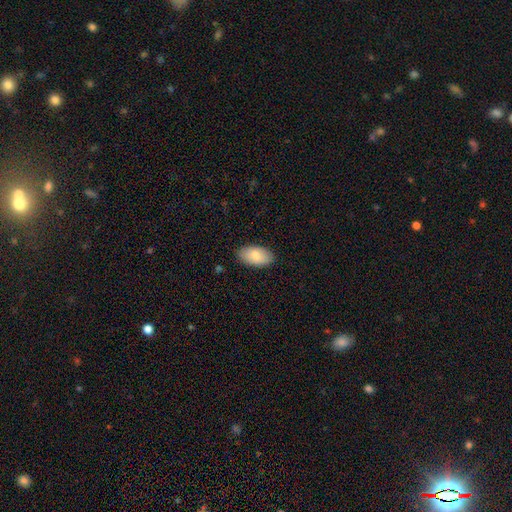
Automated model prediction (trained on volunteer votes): Q: Smooth or featured?
A: smooth (84%); runner-up: featured or disk (10%)
Q: How rounded?
A: in between (95%); runner-up: round (3%)
Q: Merging?
A: none (87%); runner-up: minor disturbance (10%)